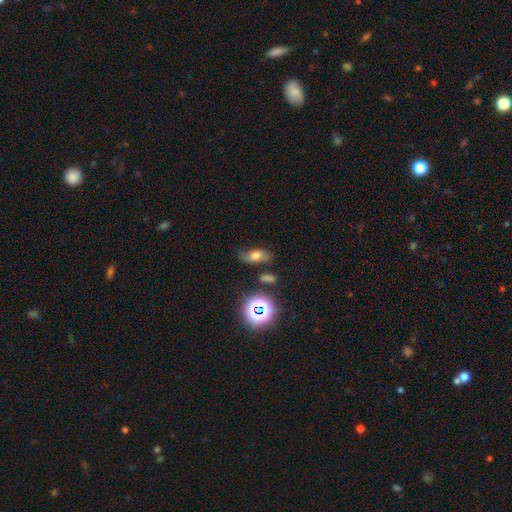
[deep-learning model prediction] Smooth or featured? Predicted: smooth (p=0.57). How rounded? Predicted: in between (p=0.80). Merging? Predicted: none (p=0.68).